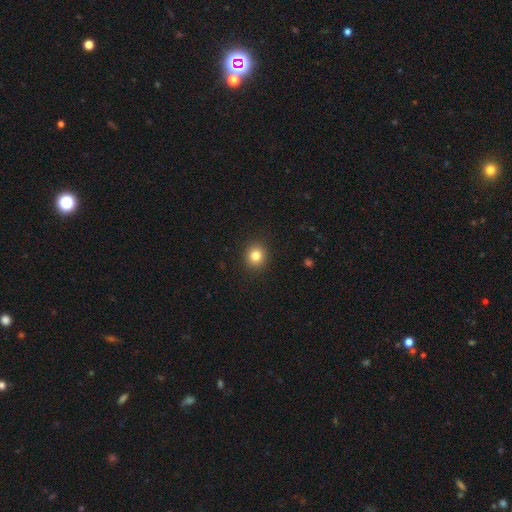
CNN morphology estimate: A smooth galaxy with no disk features (82%) that is round (85%). Merging: none (91%).